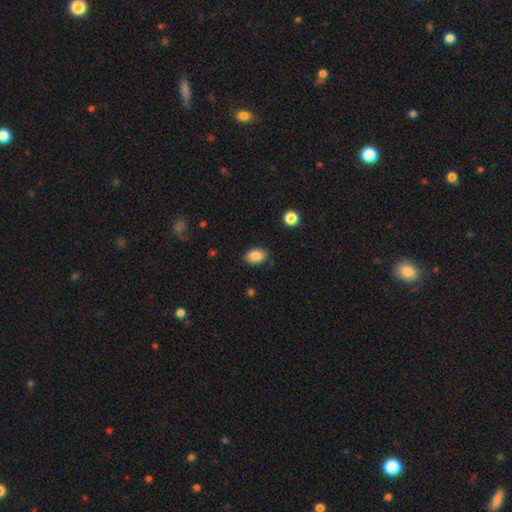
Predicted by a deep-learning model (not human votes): Q: Smooth or featured?
A: smooth (86%); runner-up: star or artifact (8%)
Q: How rounded?
A: in between (84%); runner-up: round (15%)
Q: Merging?
A: none (86%); runner-up: minor disturbance (10%)